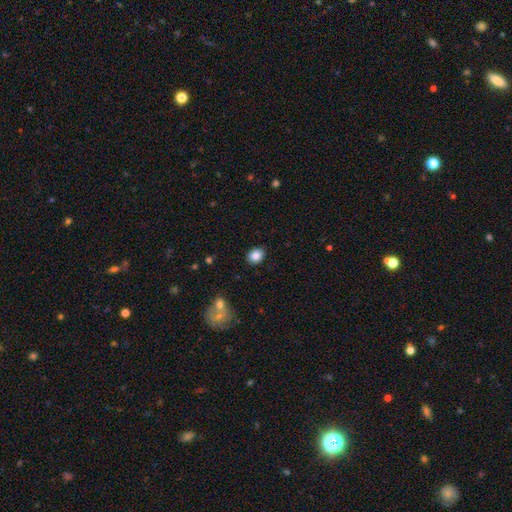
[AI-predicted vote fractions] This is clearly a smooth galaxy (86%). How rounded: possibly round (54%). Merging: clearly none (89%).